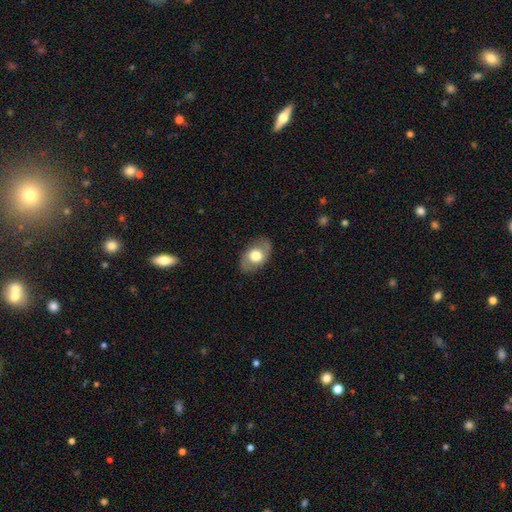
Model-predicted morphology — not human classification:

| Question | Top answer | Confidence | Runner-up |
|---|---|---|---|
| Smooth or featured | smooth | 53% | featured or disk (40%) |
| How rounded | in between | 82% | round (17%) |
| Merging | none | 82% | minor disturbance (13%) |